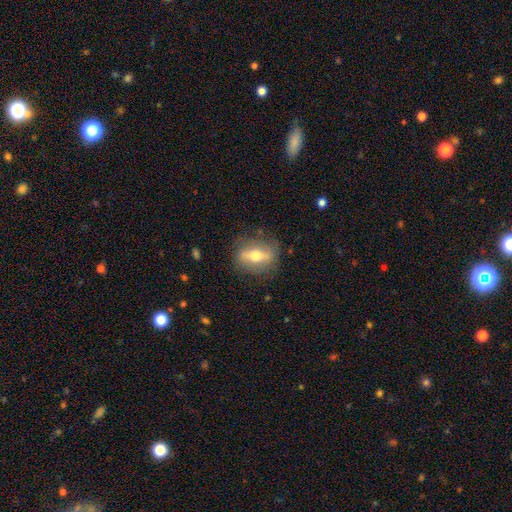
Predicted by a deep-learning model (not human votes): smooth_or_featured: featured or disk (p=0.53) [alt: smooth p=0.39]
disk_edge_on: no (p=0.61) [alt: yes p=0.39]
merging: none (p=0.78) [alt: minor disturbance p=0.15]